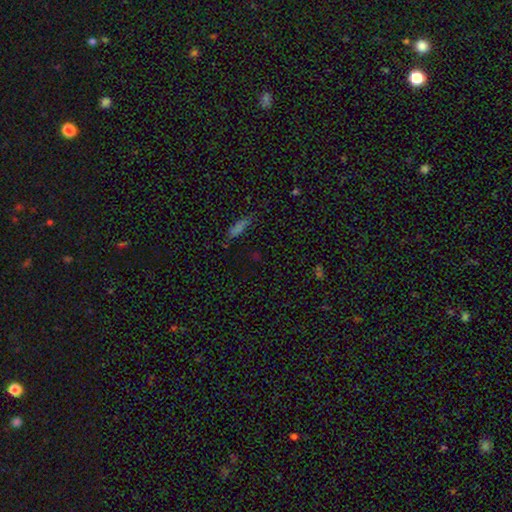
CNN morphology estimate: Smooth or featured: smooth — 49% (star or artifact — 42%)
Merging: none — 76% (minor disturbance — 14%)